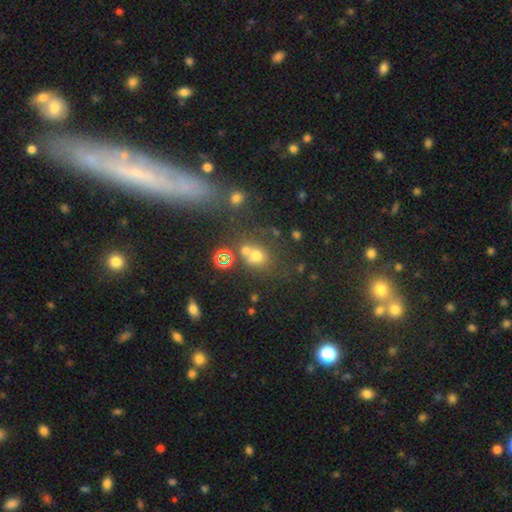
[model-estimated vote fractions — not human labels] The model was most divided on "merging": none: 49%, merger: 30%, minor disturbance: 13%, major disturbance: 8%. More confident: how rounded — round (72%); smooth or featured — smooth (62%).